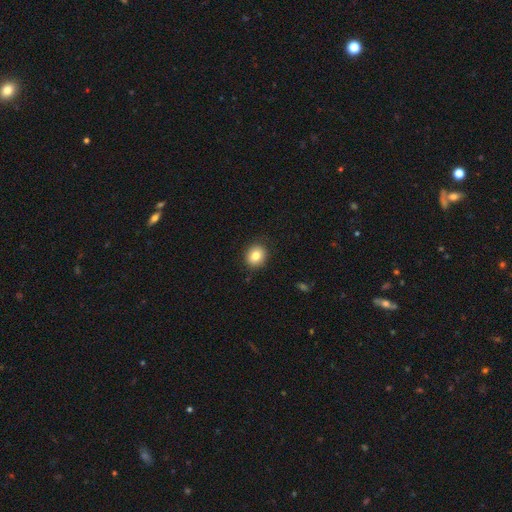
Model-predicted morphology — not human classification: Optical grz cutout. It shows a smooth galaxy with no disk features (82%) that is round (75%). Merging: none (87%).